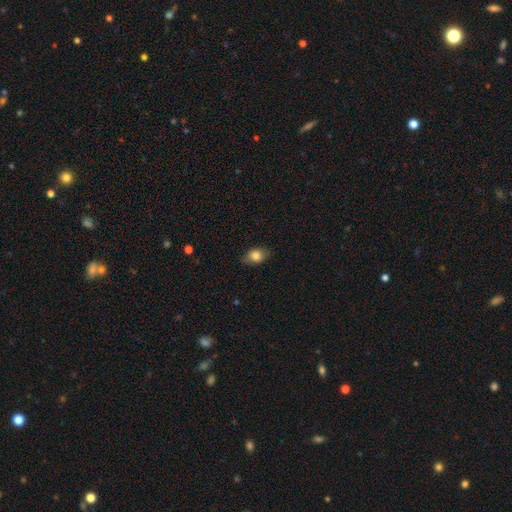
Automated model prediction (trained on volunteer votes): Smooth or featured? smooth (81%)
How rounded? in between (75%)
Merging? none (79%)